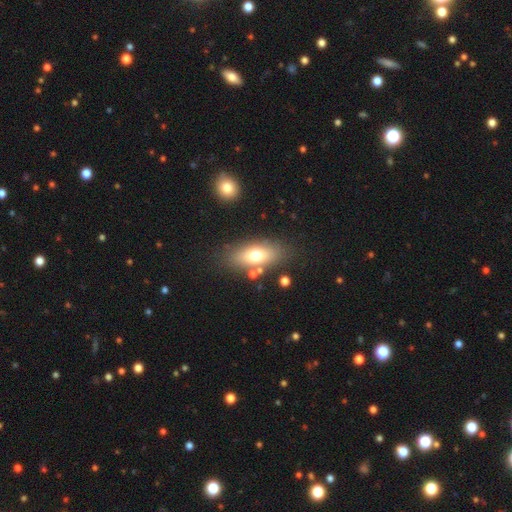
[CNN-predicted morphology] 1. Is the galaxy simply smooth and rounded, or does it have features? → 68% smooth, 22% featured or disk, 10% star or artifact.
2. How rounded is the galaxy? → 80% in between, 12% cigar-shaped, 8% round.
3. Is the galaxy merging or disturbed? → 76% none, 12% minor disturbance, 7% merger, 5% major disturbance.